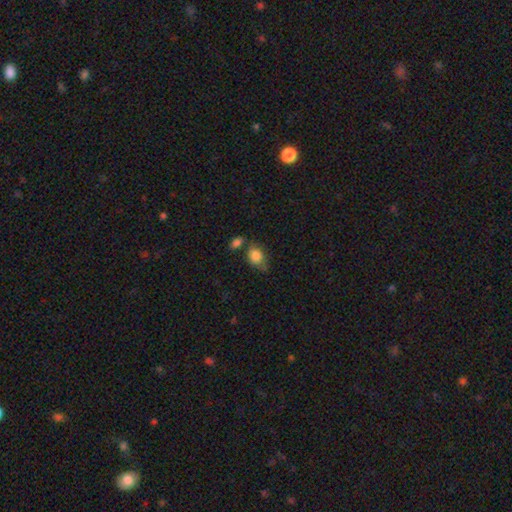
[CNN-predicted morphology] type=smooth (84%); roundness=in between (69%); merging=none (54%).